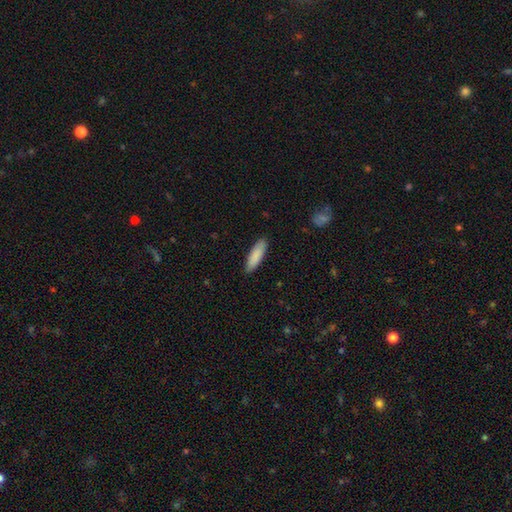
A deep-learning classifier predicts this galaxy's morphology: Smooth or featured?
  - smooth: 88% *
  - featured or disk: 7%
  - star or artifact: 5%
How rounded?
  - cigar-shaped: 61% *
  - in between: 38%
  - round: 1%
Merging?
  - none: 88% *
  - minor disturbance: 9%
  - major disturbance: 2%
  - merger: 1%